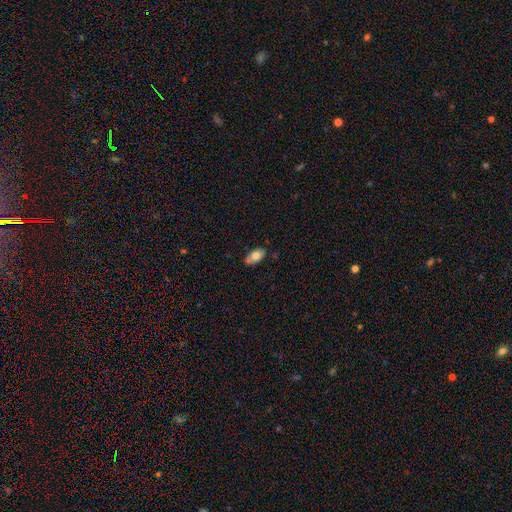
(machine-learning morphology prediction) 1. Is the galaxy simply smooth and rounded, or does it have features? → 72% smooth, 21% featured or disk, 7% star or artifact.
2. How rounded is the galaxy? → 92% in between, 4% cigar-shaped, 4% round.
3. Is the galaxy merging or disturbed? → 74% none, 20% minor disturbance, 3% merger, 3% major disturbance.